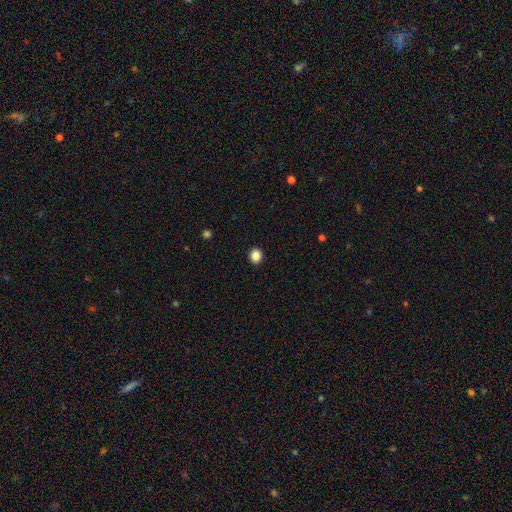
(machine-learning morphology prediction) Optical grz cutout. It shows a smooth galaxy with no disk features (86%) that is round (76%). Merging: none (92%).